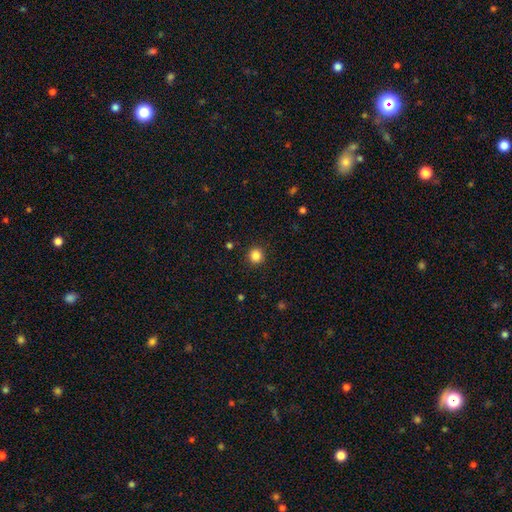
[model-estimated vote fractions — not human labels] Smooth or featured: smooth — 85% (star or artifact — 11%)
How rounded: round — 93% (in between — 6%)
Merging: none — 92% (minor disturbance — 5%)